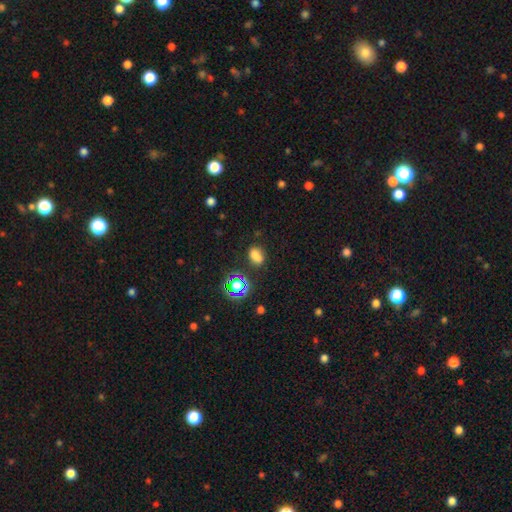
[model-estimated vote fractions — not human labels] Smooth or featured? smooth (72%)
How rounded? in between (74%)
Merging? none (75%)